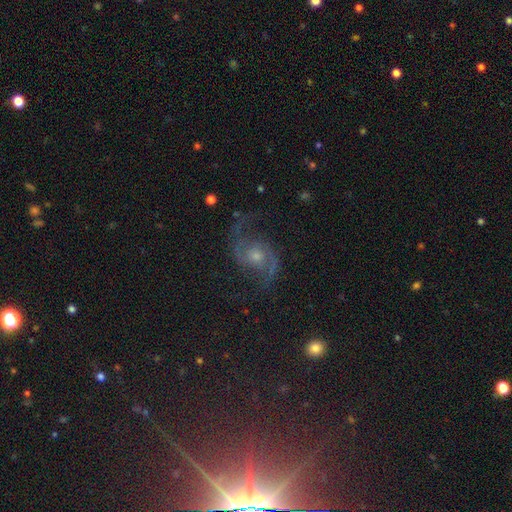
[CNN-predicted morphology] Smooth or featured?
  - featured or disk: 87% *
  - star or artifact: 8%
  - smooth: 6%
Edge-on disk?
  - no: 98% *
  - yes: 2%
Bar?
  - no: 67% *
  - weak: 27%
  - strong: 5%
Spiral arms?
  - yes: 97% *
  - no: 3%
Spiral winding?
  - medium: 53% *
  - loose: 36%
  - tight: 11%
Spiral arm count?
  - 2: 93% *
  - can't tell: 2%
  - 1: 1%
  - 3: 1%
  - 4: 1%
  - more than 4: 1%
Bulge size?
  - moderate: 53% *
  - small: 38%
  - large: 5%
  - none: 3%
  - dominant: 1%
Merging?
  - none: 74% *
  - minor disturbance: 15%
  - major disturbance: 10%
  - merger: 2%